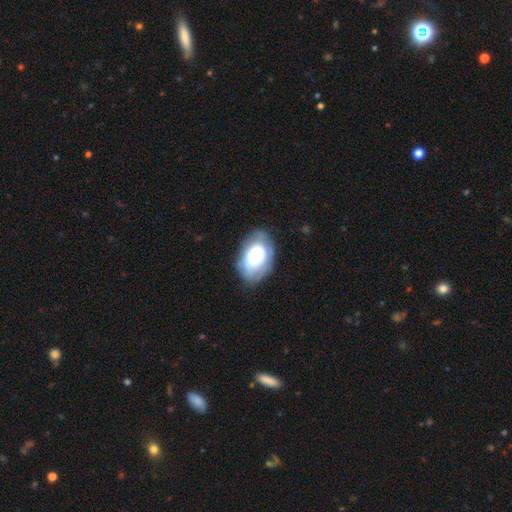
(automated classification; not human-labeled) The model was most divided on "smooth or featured": smooth: 59%, featured or disk: 33%, star or artifact: 8%. More confident: how rounded — in between (86%); merging — none (66%).